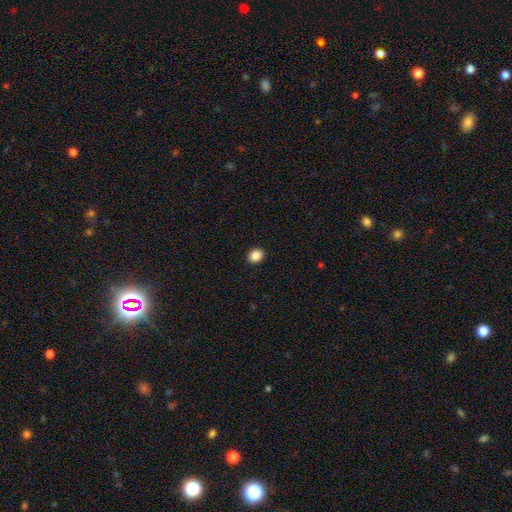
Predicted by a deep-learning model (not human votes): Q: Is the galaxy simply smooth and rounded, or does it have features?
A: smooth — 87%.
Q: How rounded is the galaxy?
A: round — 57%.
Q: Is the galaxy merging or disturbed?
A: none — 92%.